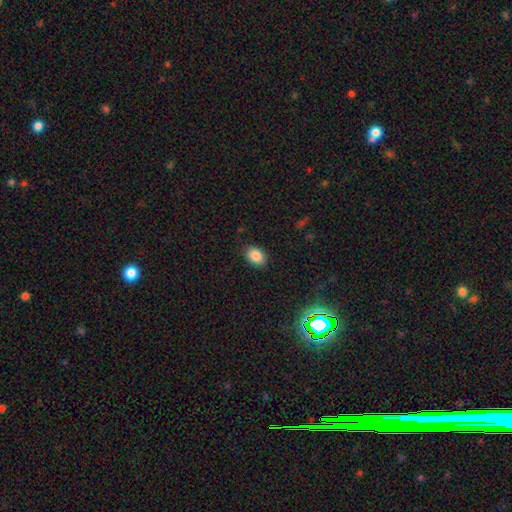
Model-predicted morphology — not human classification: Smooth or featured?
  - smooth: 86% *
  - star or artifact: 9%
  - featured or disk: 5%
How rounded?
  - in between: 76% *
  - round: 23%
  - cigar-shaped: 1%
Merging?
  - none: 86% *
  - minor disturbance: 11%
  - major disturbance: 3%
  - merger: 1%